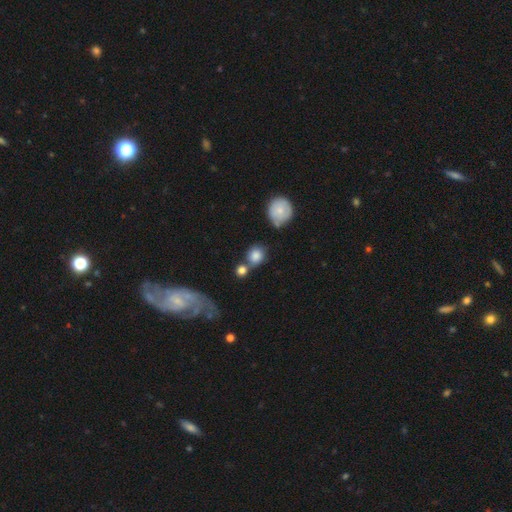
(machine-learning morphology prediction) Smooth or featured? Predicted: smooth (p=0.81). How rounded? Predicted: round (p=0.81). Merging? Predicted: none (p=0.53).